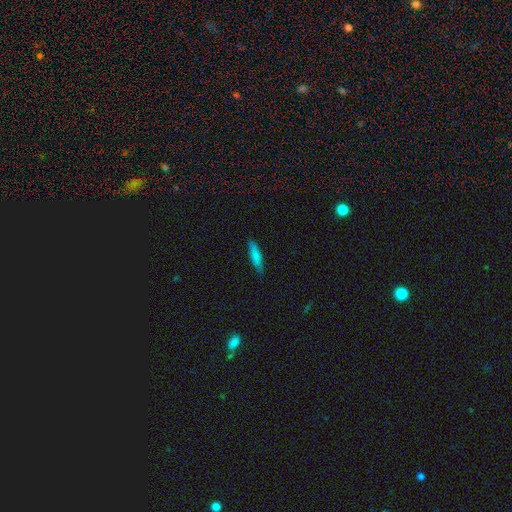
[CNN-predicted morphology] Smooth or featured? smooth (80%)
How rounded? cigar-shaped (80%)
Merging? none (85%)